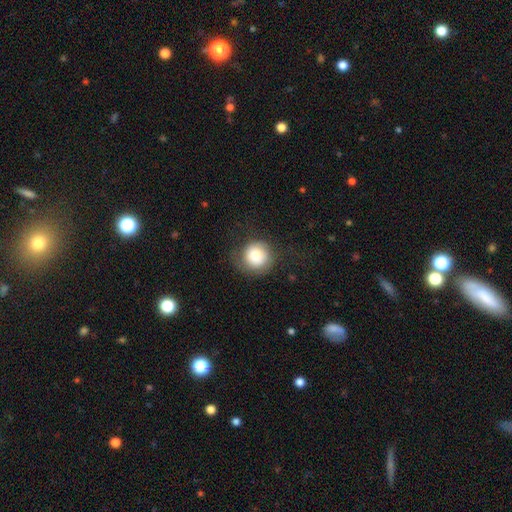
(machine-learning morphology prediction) A smooth galaxy with no disk features (78%) that is round (92%).

Vote fractions:
- Smooth or featured? smooth: 78% / featured or disk: 14% / star or artifact: 8%
- How rounded? round: 92% / in between: 7% / cigar-shaped: 1%
- Merging? none: 68% / minor disturbance: 19% / major disturbance: 12% / merger: 1%